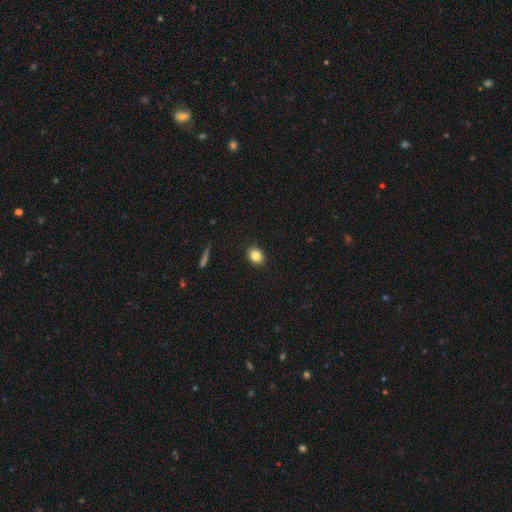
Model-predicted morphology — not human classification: Smooth or featured? Predicted: smooth (p=0.83). How rounded? Predicted: round (p=0.57). Merging? Predicted: none (p=0.90).